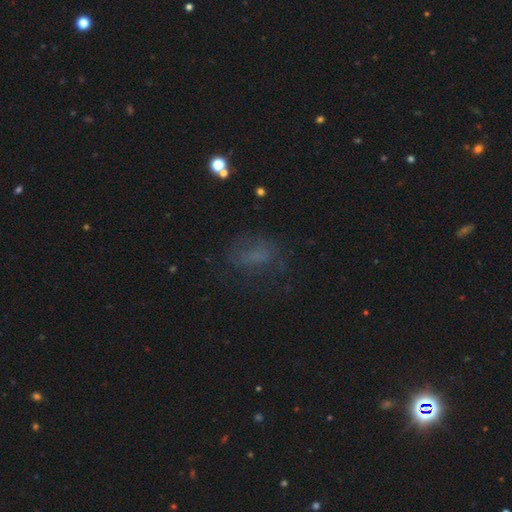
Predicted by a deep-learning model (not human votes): smooth_or_featured: smooth (p=0.50) [alt: star or artifact p=0.26]
merging: none (p=0.58) [alt: minor disturbance p=0.20]